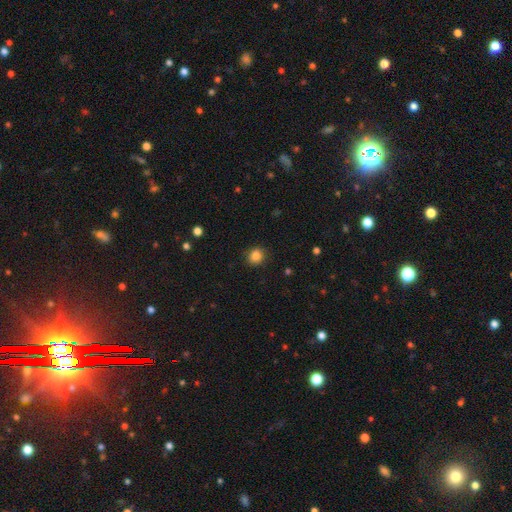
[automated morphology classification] type=smooth (85%); roundness=round (82%); merging=none (88%).